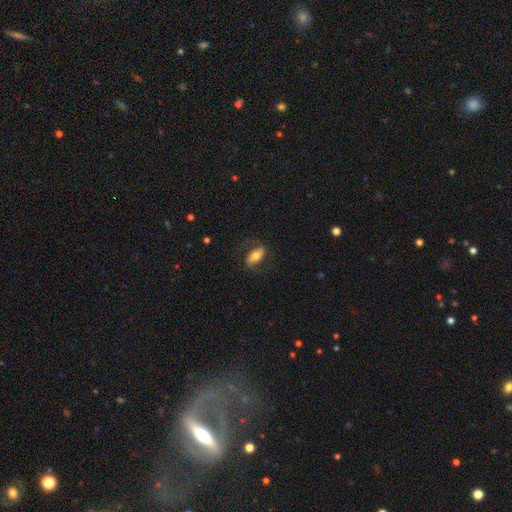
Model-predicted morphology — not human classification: Smooth or featured?
  - featured or disk: 57% *
  - smooth: 36%
  - star or artifact: 7%
Edge-on disk?
  - no: 86% *
  - yes: 14%
Merging?
  - none: 71% *
  - minor disturbance: 17%
  - major disturbance: 10%
  - merger: 1%